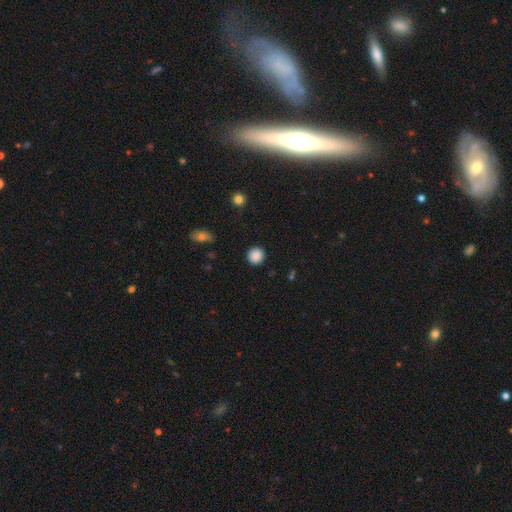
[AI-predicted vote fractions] Smooth or featured: smooth — 88% (star or artifact — 9%)
How rounded: round — 92% (in between — 7%)
Merging: none — 91% (minor disturbance — 5%)